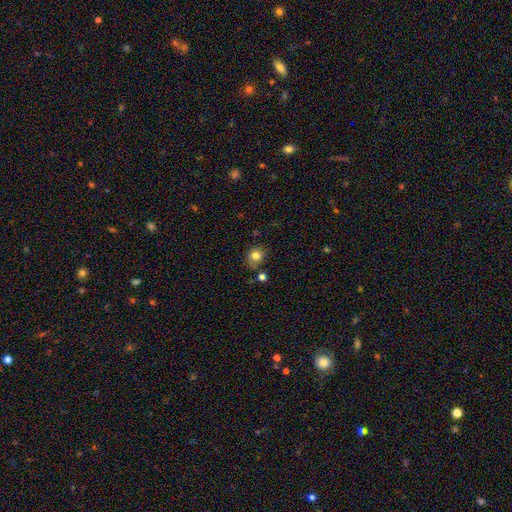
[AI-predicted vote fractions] A smooth galaxy with no disk features (81%) that is round (67%). Merging: none (74%).